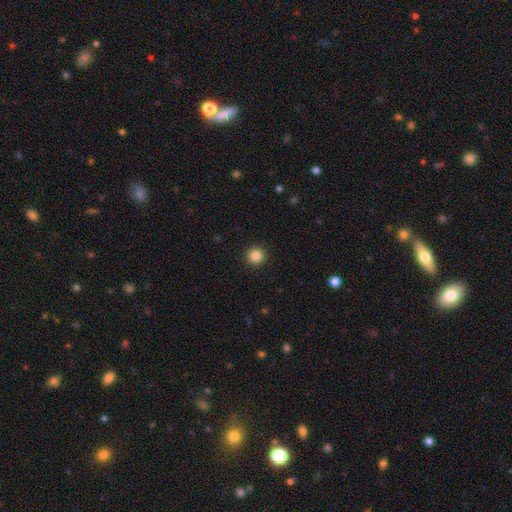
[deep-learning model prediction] Morphology: type=smooth (86%); roundness=round (95%); merging=none (92%).